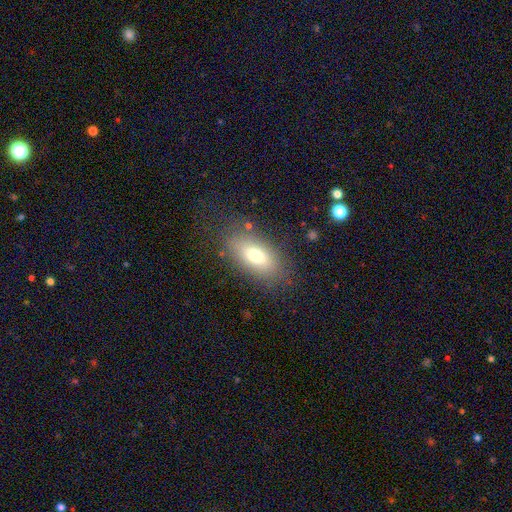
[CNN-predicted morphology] Smooth or featured? Predicted: smooth (p=0.73). How rounded? Predicted: in between (p=0.87). Merging? Predicted: none (p=0.78).